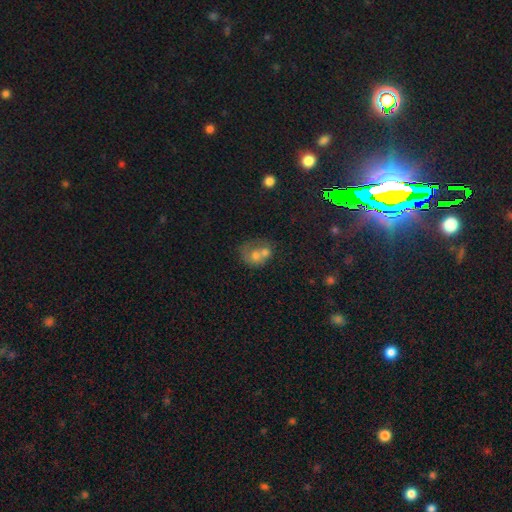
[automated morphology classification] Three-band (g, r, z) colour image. It shows a smooth galaxy with no disk features (54%) that is round (58%). Merging: merger (63%).